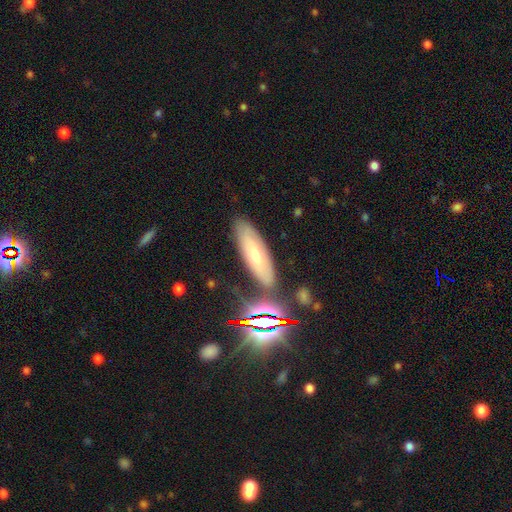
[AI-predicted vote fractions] smooth-or-featured: smooth: 52% | featured or disk: 33% | star or artifact: 15%
  how-rounded: in between: 50% | cigar-shaped: 47% | round: 2%
  merging: none: 82% | minor disturbance: 12% | merger: 3% | major disturbance: 3%